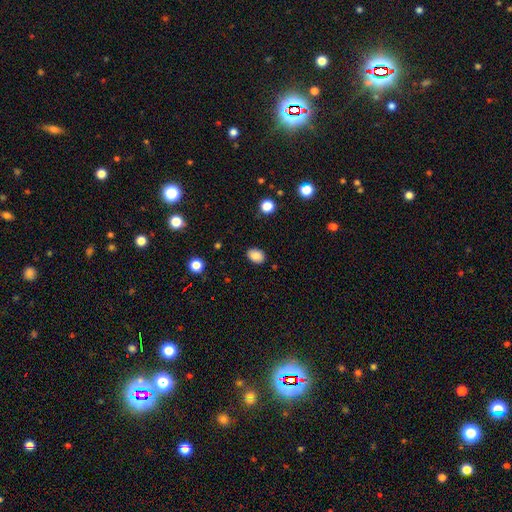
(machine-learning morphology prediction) A smooth galaxy with no disk features (87%) that is in between round and cigar-shaped (73%). Merging: none (87%).